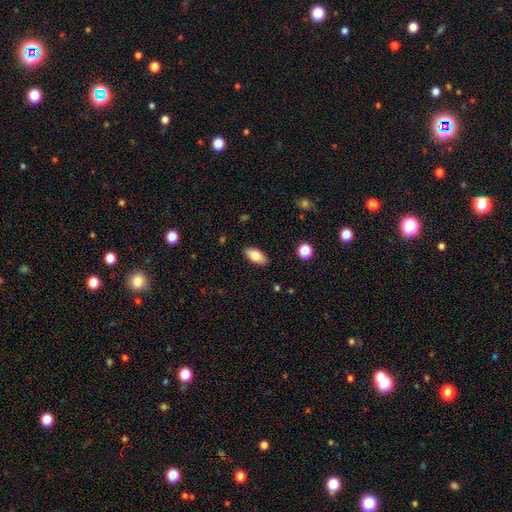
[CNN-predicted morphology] smooth_or_featured: smooth (p=0.81) [alt: featured or disk p=0.11]
how_rounded: in between (p=0.91) [alt: cigar-shaped p=0.06]
merging: none (p=0.88) [alt: minor disturbance p=0.09]